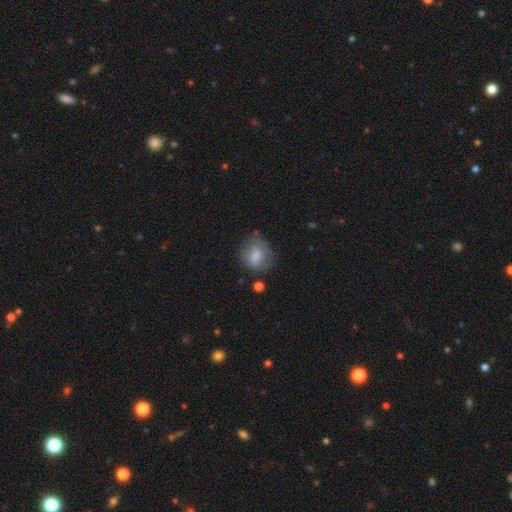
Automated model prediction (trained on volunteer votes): Overall: smooth (66%). How rounded: round (66%; in between 33%). Merging: none (58%; minor disturbance 26%).